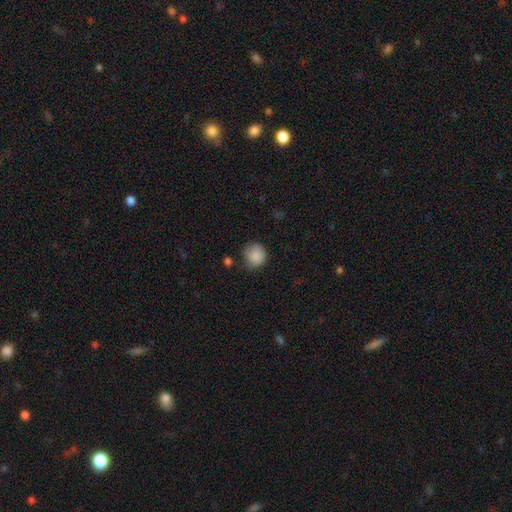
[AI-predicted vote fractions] Overall: smooth (87%). How rounded: round (87%). Merging: none (64%; minor disturbance 27%).